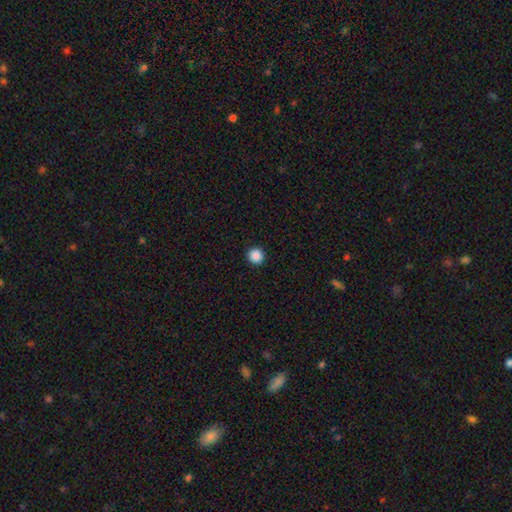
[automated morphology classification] Smooth or featured: smooth — 88% (star or artifact — 10%)
How rounded: round — 94% (in between — 5%)
Merging: none — 94% (minor disturbance — 4%)